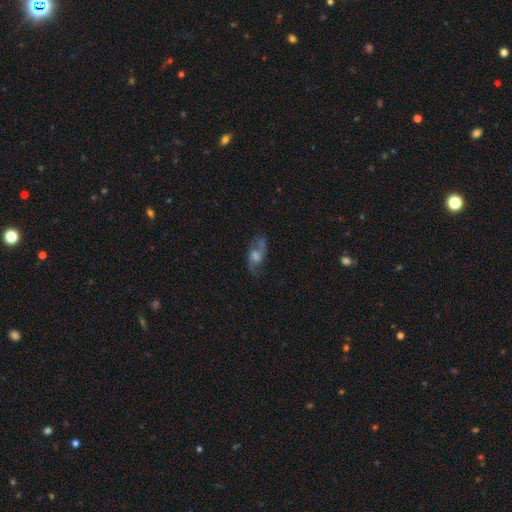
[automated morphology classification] featured or disk 70%, smooth 19%, star or artifact 11%. Down the decision tree: edge-on disk — no (89%); bar — no (57%); spiral arms — yes (88%); spiral arm count — 2 (86%); spiral winding — loose (52%); bulge size — moderate (46%); merging — none (70%).